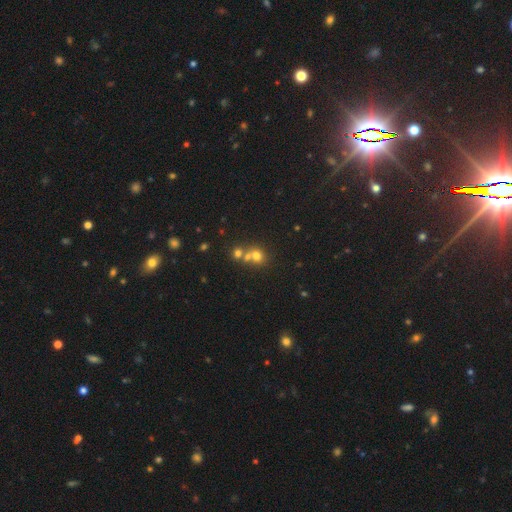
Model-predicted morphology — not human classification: A smooth galaxy with no disk features (67%) that is round (81%). Merging: merger (45%, tied with none).